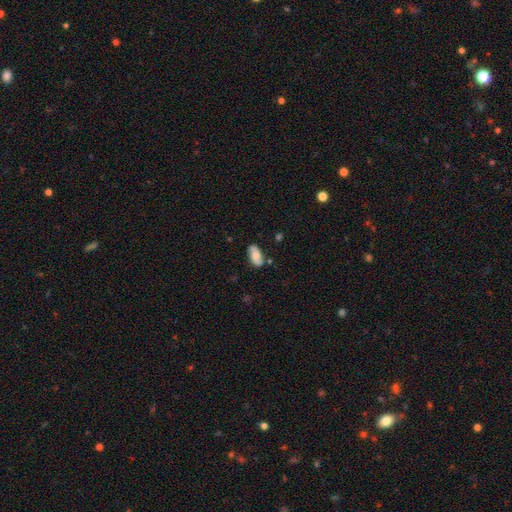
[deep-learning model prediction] Overall: smooth (52%; featured or disk 41%). How rounded: in between (90%). Merging: none (77%).